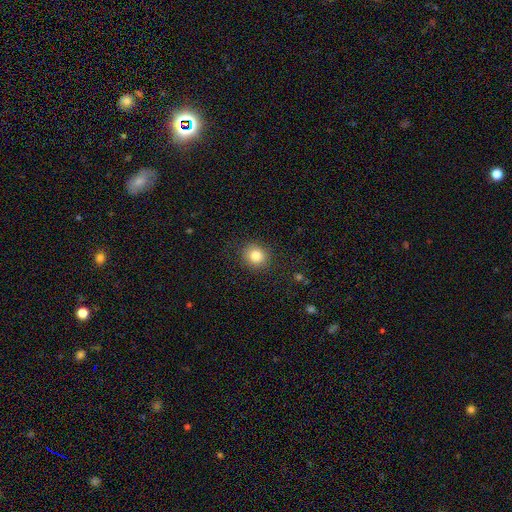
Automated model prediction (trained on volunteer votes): smooth-or-featured: smooth: 83% | star or artifact: 11% | featured or disk: 7%
  how-rounded: round: 83% | in between: 16% | cigar-shaped: 1%
  merging: none: 88% | minor disturbance: 8% | major disturbance: 3% | merger: 1%